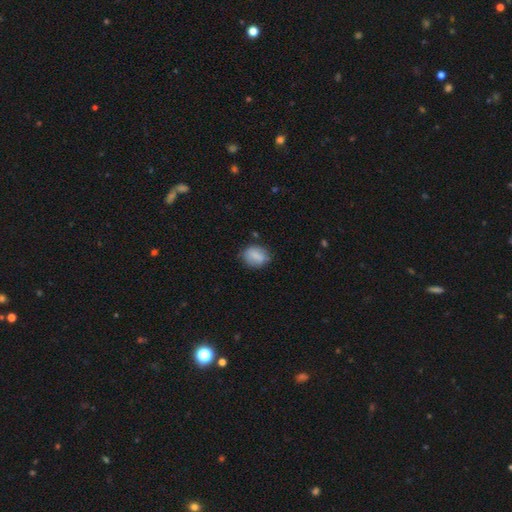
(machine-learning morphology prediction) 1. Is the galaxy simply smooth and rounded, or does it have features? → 79% smooth, 13% featured or disk, 8% star or artifact.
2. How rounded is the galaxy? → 58% in between, 40% round, 2% cigar-shaped.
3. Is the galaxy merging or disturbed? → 74% none, 19% minor disturbance, 5% major disturbance, 2% merger.